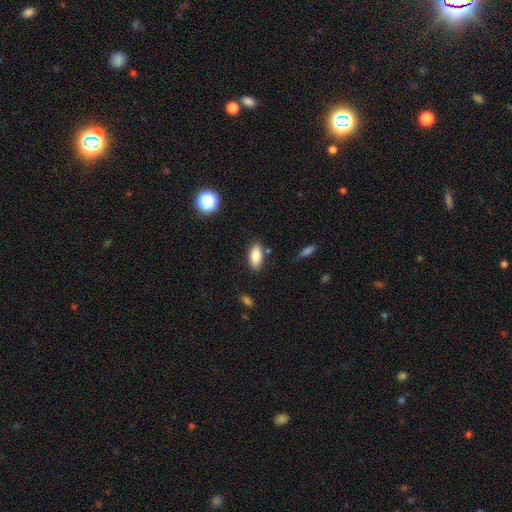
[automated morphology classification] A smooth galaxy with no disk features (84%) that is in between round and cigar-shaped (90%). Merging: none (82%).